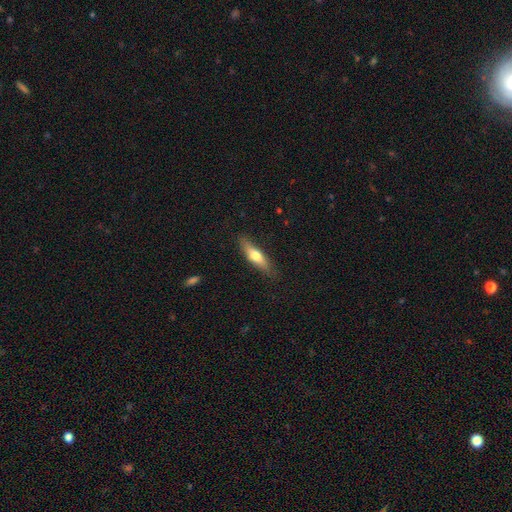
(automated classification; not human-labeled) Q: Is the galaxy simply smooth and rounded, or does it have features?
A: smooth — 61%.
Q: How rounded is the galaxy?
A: cigar-shaped — 63%.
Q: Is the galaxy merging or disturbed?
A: none — 84%.